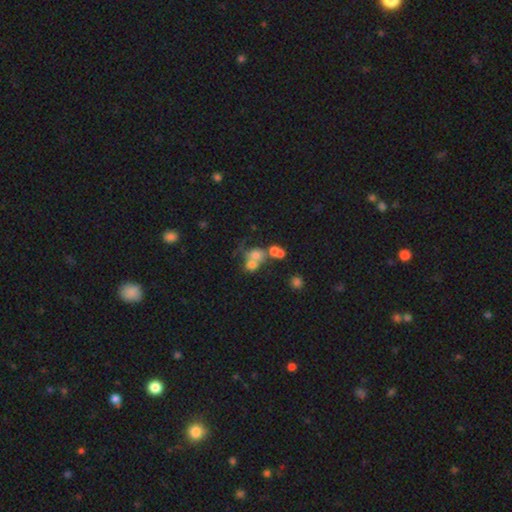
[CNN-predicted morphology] smooth 59%, featured or disk 23%, star or artifact 18%. Down the decision tree: how rounded — round (73%); merging — merger (57%).